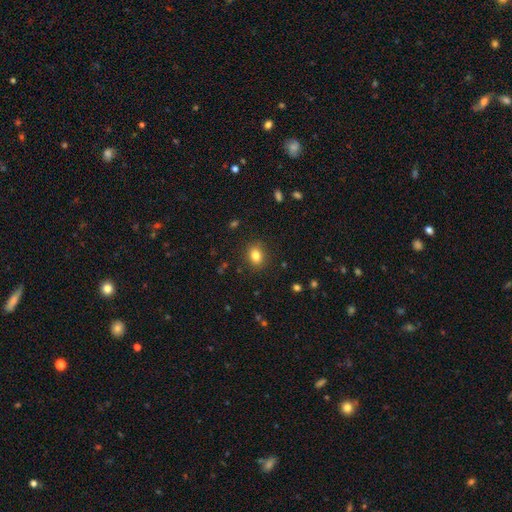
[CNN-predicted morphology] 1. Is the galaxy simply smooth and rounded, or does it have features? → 82% smooth, 11% star or artifact, 7% featured or disk.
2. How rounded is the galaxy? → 53% in between, 46% round, 1% cigar-shaped.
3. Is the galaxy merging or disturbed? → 88% none, 8% minor disturbance, 3% major disturbance, 1% merger.